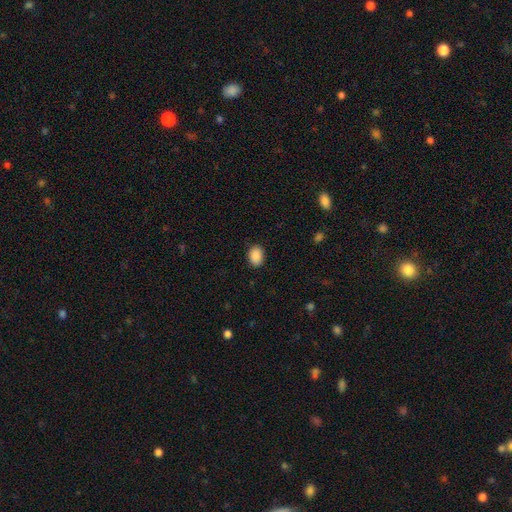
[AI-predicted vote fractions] Smooth or featured? smooth (90%)
How rounded? in between (74%)
Merging? none (88%)